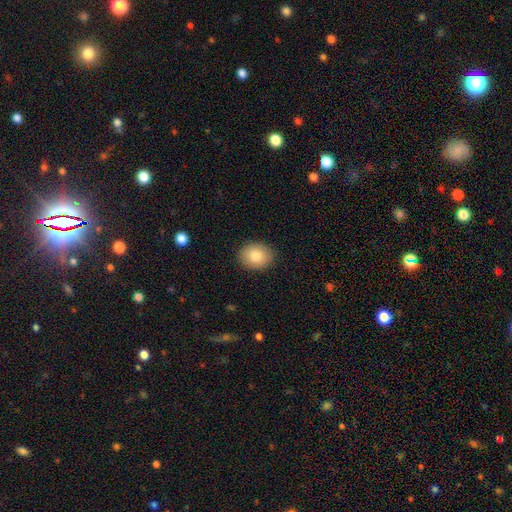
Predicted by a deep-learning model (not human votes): Smooth or featured?
  - smooth: 84% *
  - featured or disk: 8%
  - star or artifact: 8%
How rounded?
  - in between: 50% *
  - round: 49%
  - cigar-shaped: 1%
Merging?
  - none: 89% *
  - minor disturbance: 8%
  - major disturbance: 2%
  - merger: 1%